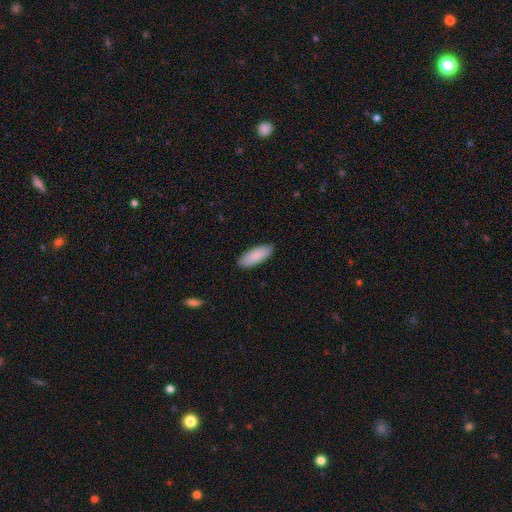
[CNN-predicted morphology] This is clearly a smooth galaxy (88%). How rounded: likely in between (76%). Merging: clearly none (87%).